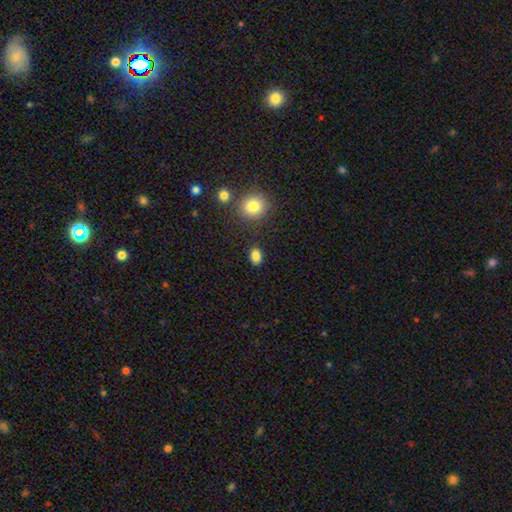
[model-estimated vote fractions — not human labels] This is clearly a smooth galaxy (85%). How rounded: likely in between (73%). Merging: clearly none (85%).